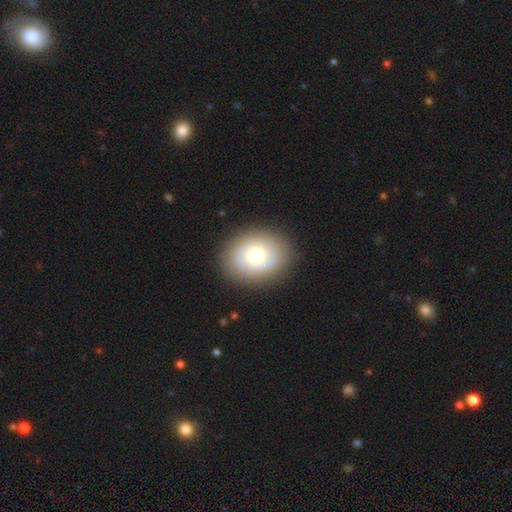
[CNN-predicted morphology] A smooth galaxy with no disk features (73%) that is round (50%).

Vote fractions:
- Smooth or featured? smooth: 73% / featured or disk: 17% / star or artifact: 10%
- How rounded? round: 50% / in between: 49% / cigar-shaped: 1%
- Merging? none: 88% / minor disturbance: 8% / major disturbance: 3% / merger: 1%